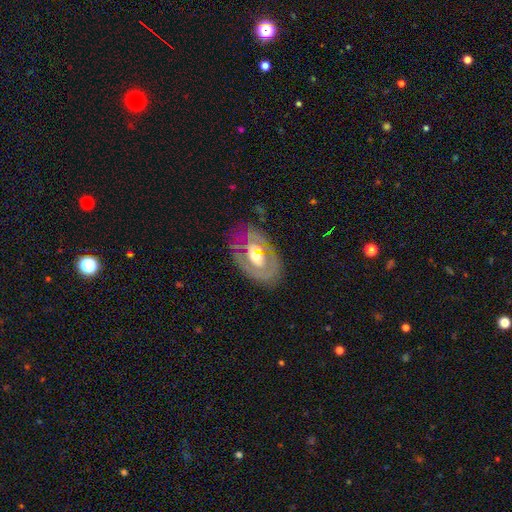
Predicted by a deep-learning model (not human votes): This is likely a featured or disk galaxy (71%). It is clearly not viewed edge-on (93%). Bar: likely no (61%). Spiral arm pattern: possibly yes (56%). Central bulge: likely moderate (69%). Merging: possibly none (58%).